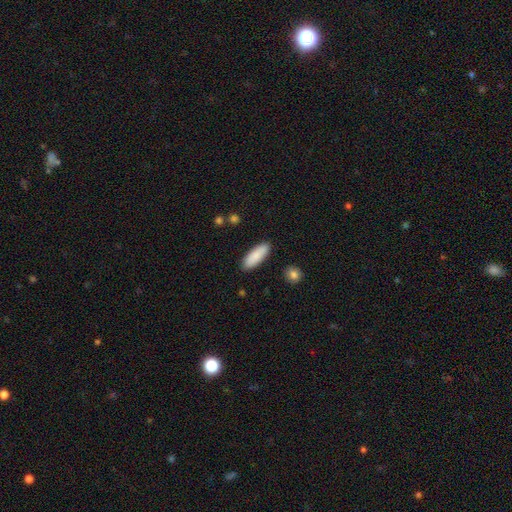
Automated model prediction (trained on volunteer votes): The model was most divided on "how rounded": in between: 67%, cigar-shaped: 31%, round: 2%. More confident: merging — none (88%); smooth or featured — smooth (87%).